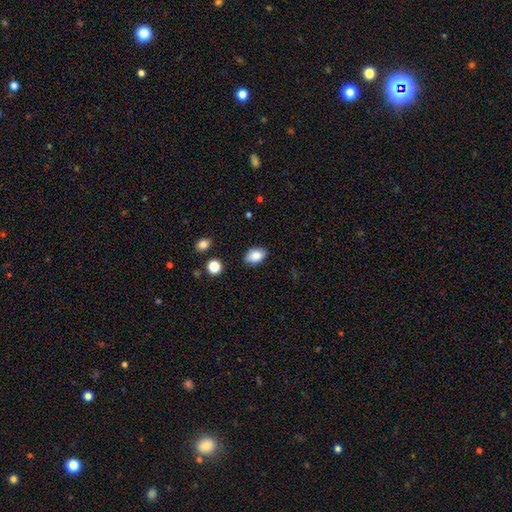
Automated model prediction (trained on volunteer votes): Overall: smooth (85%). How rounded: in between (87%). Merging: none (84%).